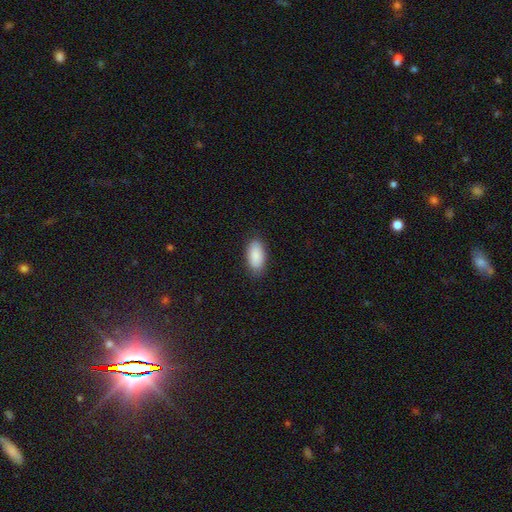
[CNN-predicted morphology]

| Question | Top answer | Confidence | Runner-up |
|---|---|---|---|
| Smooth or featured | smooth | 89% | star or artifact (6%) |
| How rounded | in between | 93% | cigar-shaped (4%) |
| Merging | none | 84% | minor disturbance (12%) |